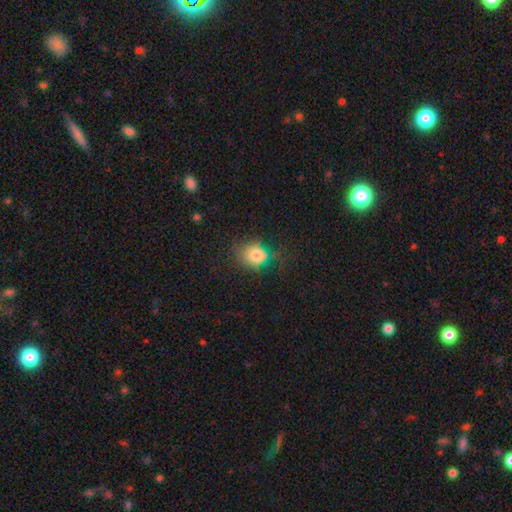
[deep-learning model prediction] A smooth galaxy with no disk features (76%) that is round (73%).

Vote fractions:
- Smooth or featured? smooth: 76% / star or artifact: 14% / featured or disk: 9%
- How rounded? round: 73% / in between: 26% / cigar-shaped: 1%
- Merging? none: 62% / minor disturbance: 24% / major disturbance: 10% / merger: 4%